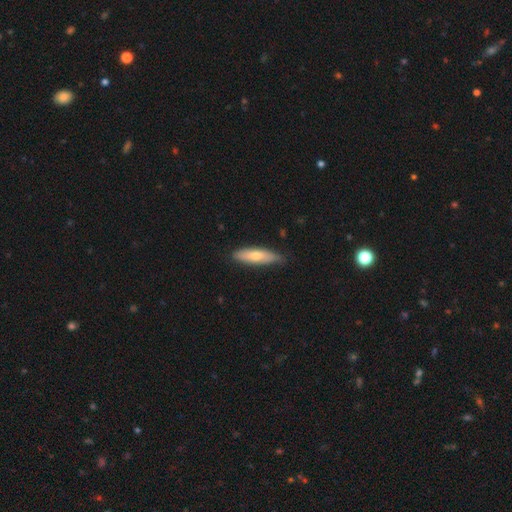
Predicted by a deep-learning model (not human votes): A smooth galaxy with no disk features (65%) that is cigar-shaped (63%). Merging: none (77%).